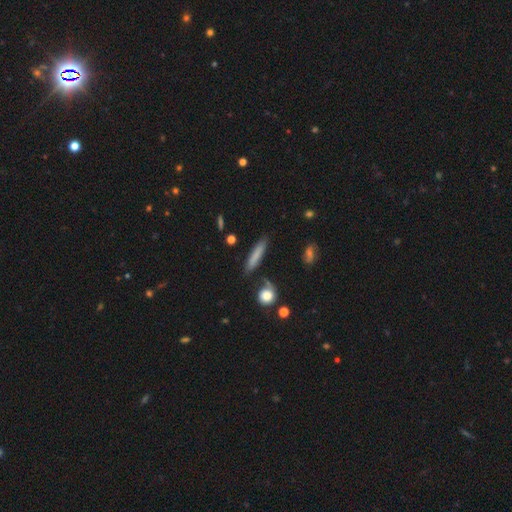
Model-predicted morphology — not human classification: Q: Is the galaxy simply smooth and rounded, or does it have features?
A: smooth — 73%.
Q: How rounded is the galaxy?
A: cigar-shaped — 87%.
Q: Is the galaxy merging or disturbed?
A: none — 78%.